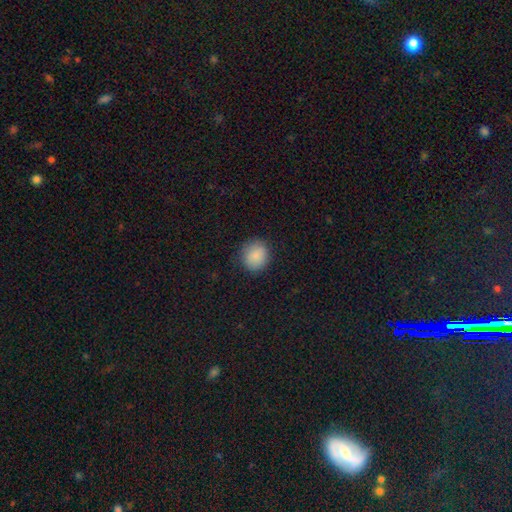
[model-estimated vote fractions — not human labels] smooth 88%, star or artifact 8%, featured or disk 4%. Down the decision tree: how rounded — round (83%); merging — none (86%).